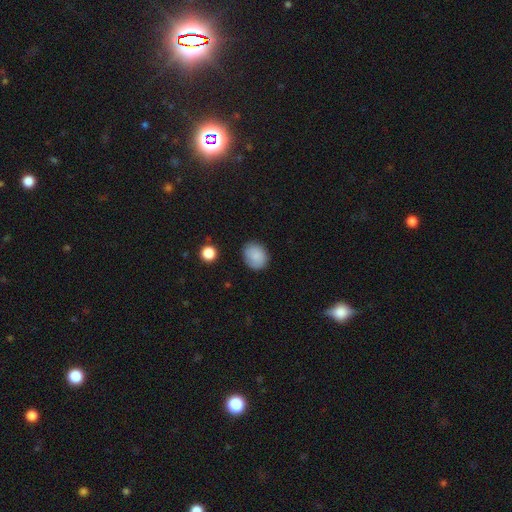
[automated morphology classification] A smooth galaxy with no disk features (87%) that is round (53%). Merging: none (82%).